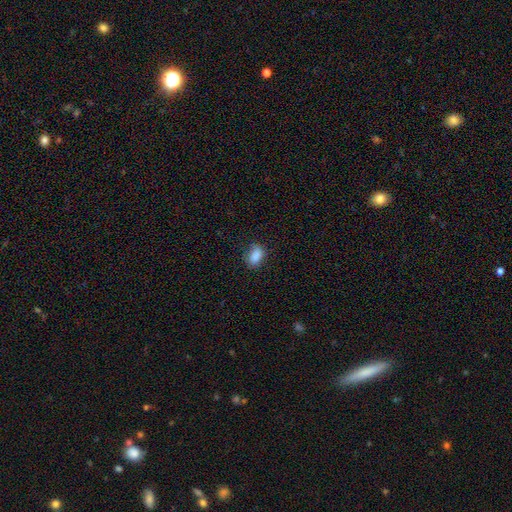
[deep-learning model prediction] A smooth galaxy with no disk features (86%) that is in between round and cigar-shaped (84%). Merging: none (68%).